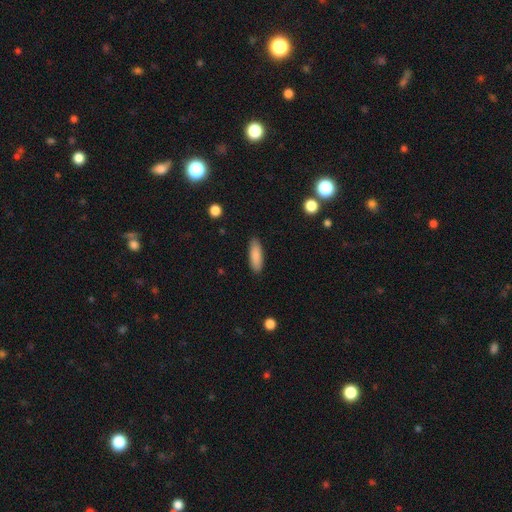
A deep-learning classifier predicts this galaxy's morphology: Q: Smooth or featured?
A: smooth (86%); runner-up: featured or disk (7%)
Q: How rounded?
A: in between (53%); runner-up: cigar-shaped (46%)
Q: Merging?
A: none (88%); runner-up: minor disturbance (9%)